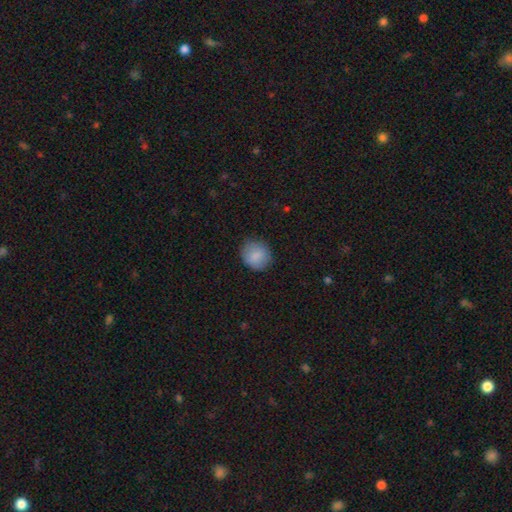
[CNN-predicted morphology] This is clearly a smooth galaxy (86%). How rounded: likely round (75%). Merging: clearly none (84%).